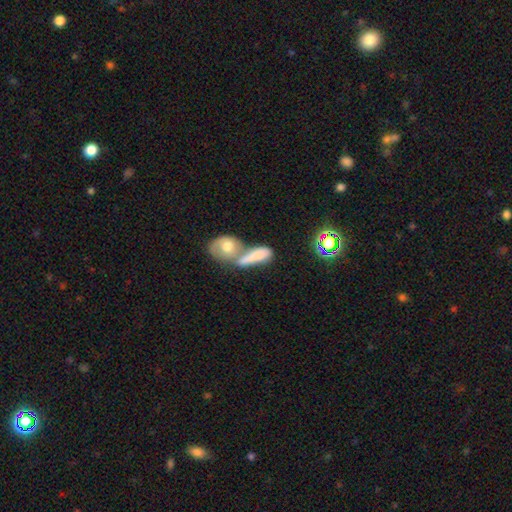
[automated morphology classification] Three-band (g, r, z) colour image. It shows a smooth galaxy with no disk features (72%) that is in between round and cigar-shaped (63%). Merging: merger (60%).